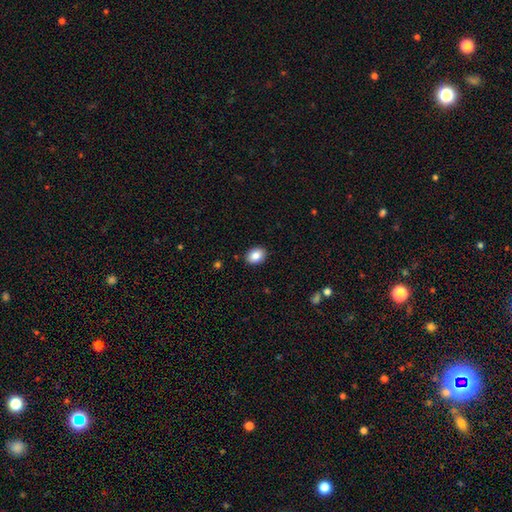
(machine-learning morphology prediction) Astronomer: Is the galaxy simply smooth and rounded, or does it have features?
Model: smooth — 85%.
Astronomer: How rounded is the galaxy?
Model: in between — 69%.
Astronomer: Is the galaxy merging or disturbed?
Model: none — 90%.